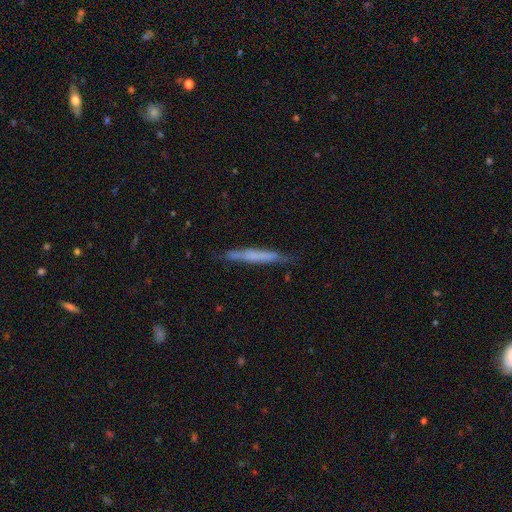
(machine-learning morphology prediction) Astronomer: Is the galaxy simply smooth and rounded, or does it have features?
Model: smooth — 52% (runner-up: featured or disk, 41%).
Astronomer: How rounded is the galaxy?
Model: cigar-shaped — 96%.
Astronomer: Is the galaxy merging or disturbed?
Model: none — 79%.